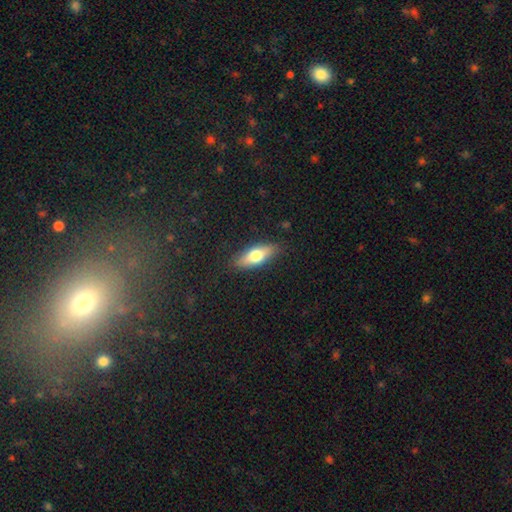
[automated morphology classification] A smooth galaxy with no disk features (65%) that is in between round and cigar-shaped (65%). Merging: none (86%).